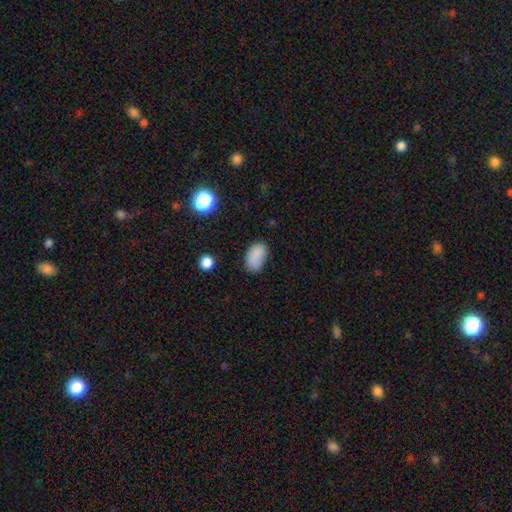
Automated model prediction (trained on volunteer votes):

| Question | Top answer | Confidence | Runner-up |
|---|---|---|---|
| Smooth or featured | smooth | 83% | star or artifact (10%) |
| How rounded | in between | 90% | round (9%) |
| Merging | none | 67% | minor disturbance (23%) |